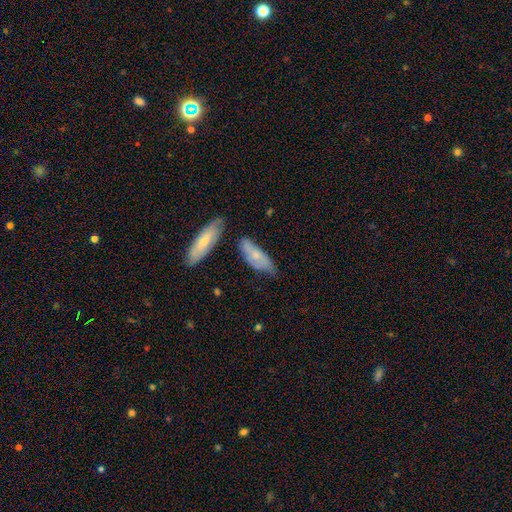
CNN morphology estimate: Overall: smooth (54%; featured or disk 39%). How rounded: in between (64%; cigar-shaped 33%). Merging: none (54%; minor disturbance 28%).